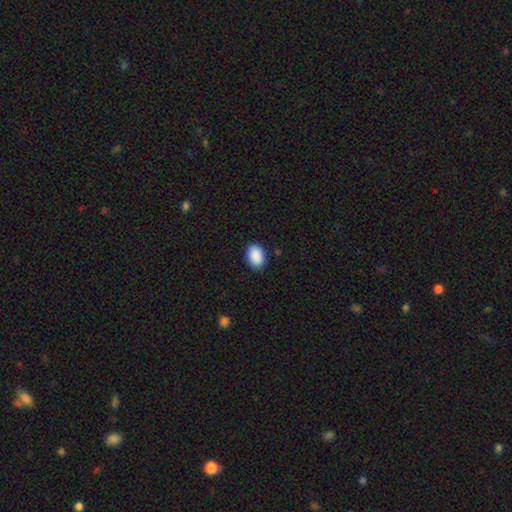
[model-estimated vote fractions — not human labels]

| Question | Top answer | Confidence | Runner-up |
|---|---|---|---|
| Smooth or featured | smooth | 91% | star or artifact (7%) |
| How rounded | in between | 82% | round (17%) |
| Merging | none | 87% | minor disturbance (10%) |